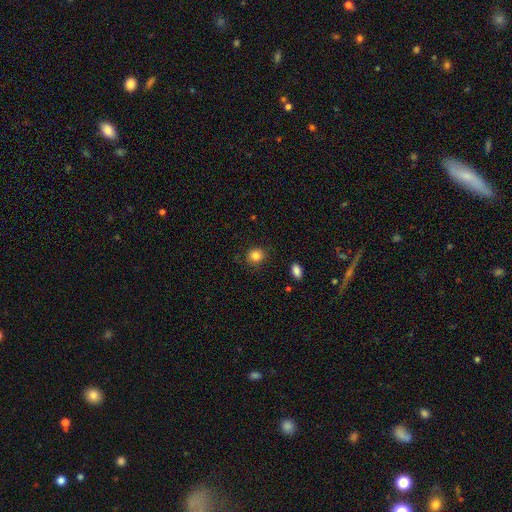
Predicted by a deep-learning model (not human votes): Smooth or featured: smooth — 84% (star or artifact — 11%)
How rounded: round — 83% (in between — 16%)
Merging: none — 87% (minor disturbance — 9%)